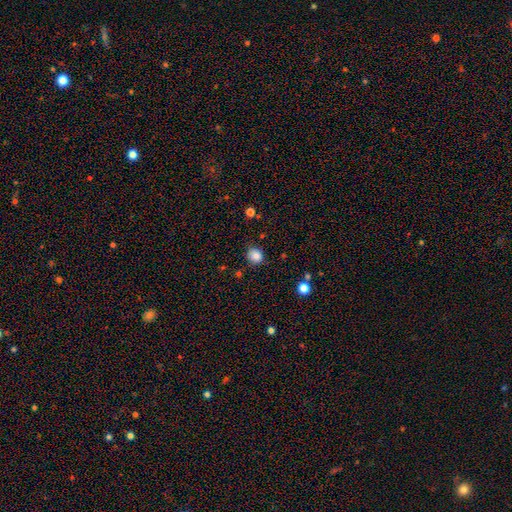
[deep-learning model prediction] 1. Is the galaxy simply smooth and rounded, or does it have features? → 84% smooth, 11% star or artifact, 5% featured or disk.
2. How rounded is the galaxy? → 77% round, 22% in between, 1% cigar-shaped.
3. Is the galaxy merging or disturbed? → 82% none, 13% minor disturbance, 3% major disturbance, 2% merger.